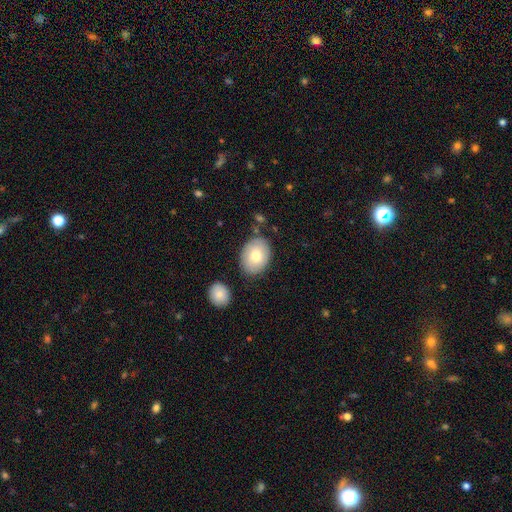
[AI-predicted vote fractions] smooth_or_featured: smooth (p=0.75) [alt: featured or disk p=0.19]
how_rounded: in between (p=0.70) [alt: round p=0.29]
merging: none (p=0.79) [alt: minor disturbance p=0.14]